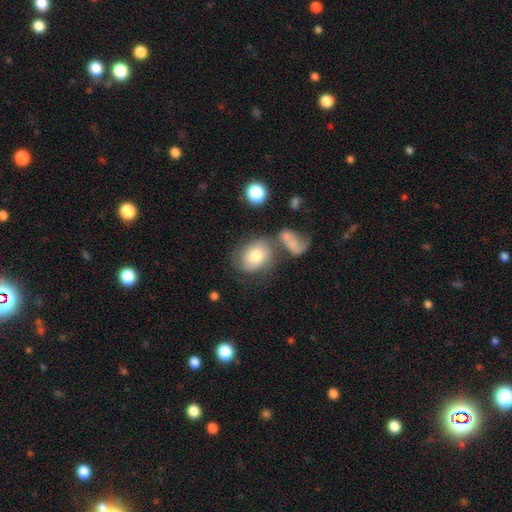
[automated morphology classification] A smooth galaxy with no disk features (69%) that is in between round and cigar-shaped (56%).

Vote fractions:
- Smooth or featured? smooth: 69% / featured or disk: 22% / star or artifact: 9%
- How rounded? in between: 56% / round: 43% / cigar-shaped: 1%
- Merging? none: 47% / merger: 22% / minor disturbance: 18% / major disturbance: 13%